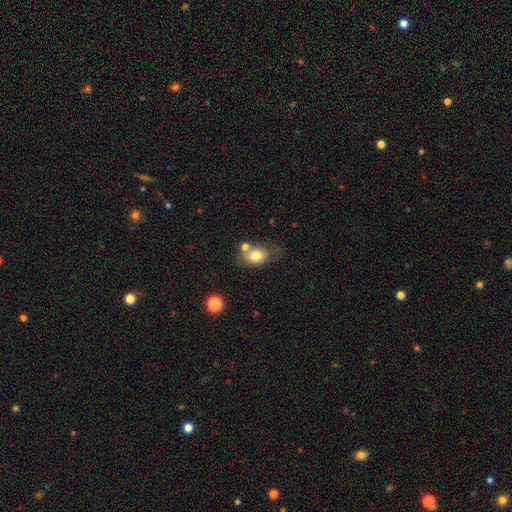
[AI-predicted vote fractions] Smooth or featured: smooth — 77% (featured or disk — 14%)
How rounded: in between — 71% (round — 27%)
Merging: none — 52% (merger — 24%)